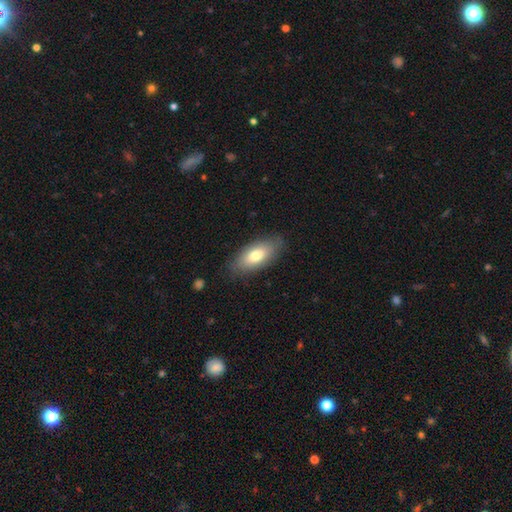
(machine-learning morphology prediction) smooth_or_featured: smooth (p=0.74) [alt: featured or disk p=0.20]
how_rounded: in between (p=0.87) [alt: cigar-shaped p=0.10]
merging: none (p=0.83) [alt: minor disturbance p=0.13]